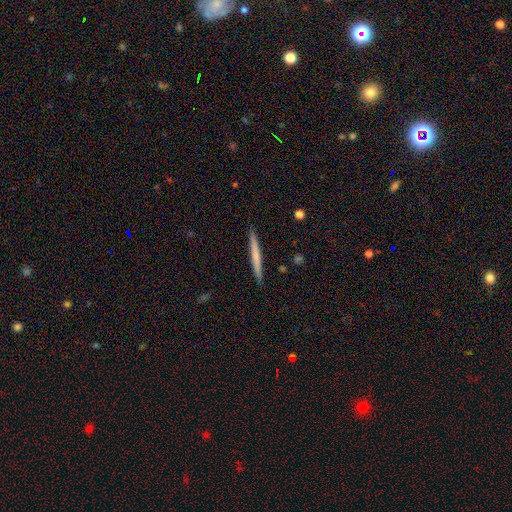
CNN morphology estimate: type=smooth (59%); roundness=cigar-shaped (97%); merging=none (91%).